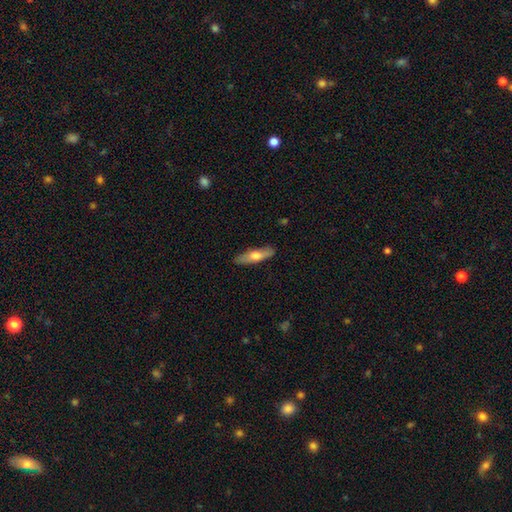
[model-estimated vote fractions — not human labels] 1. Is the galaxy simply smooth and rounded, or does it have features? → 58% smooth, 37% featured or disk, 5% star or artifact.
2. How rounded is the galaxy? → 71% cigar-shaped, 27% in between, 2% round.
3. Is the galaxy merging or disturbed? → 87% none, 10% minor disturbance, 2% major disturbance, 1% merger.